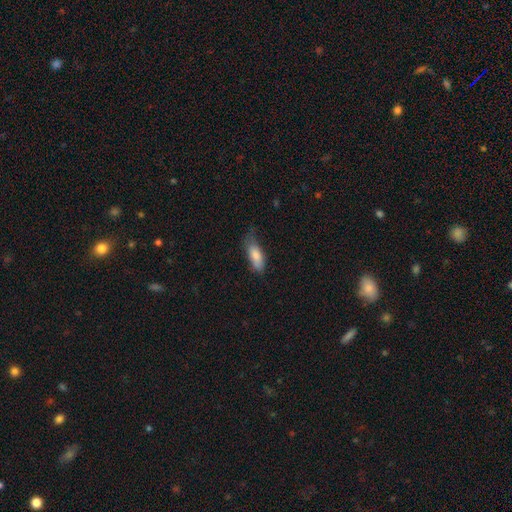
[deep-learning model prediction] smooth 82%, featured or disk 11%, star or artifact 7%. Down the decision tree: how rounded — in between (75%); merging — none (49%).